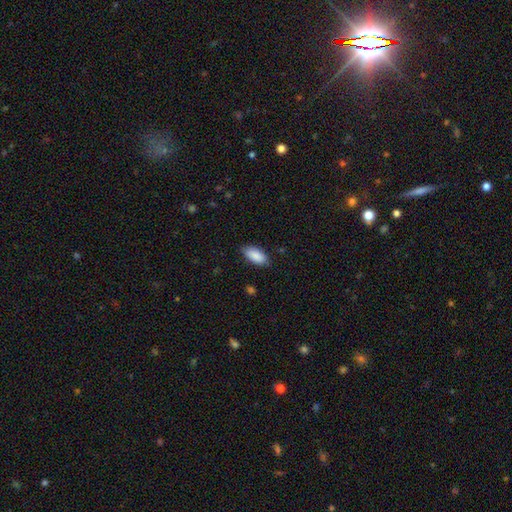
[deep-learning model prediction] Smooth or featured? smooth (88%)
How rounded? in between (91%)
Merging? none (81%)